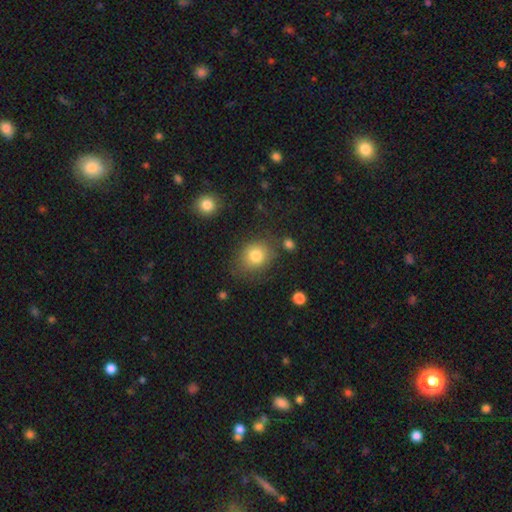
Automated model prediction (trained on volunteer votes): Smooth or featured? smooth (81%)
How rounded? round (66%)
Merging? none (75%)